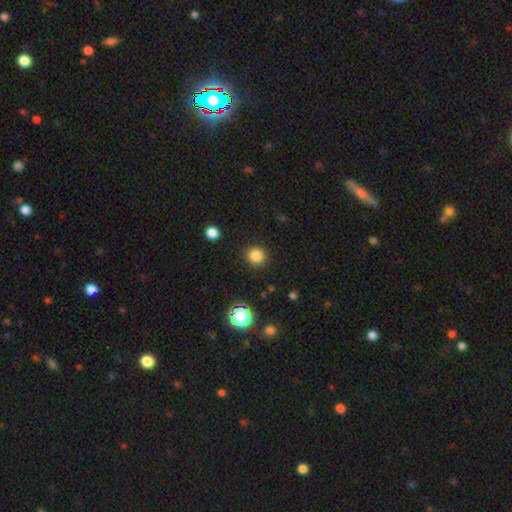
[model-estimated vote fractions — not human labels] A smooth galaxy with no disk features (83%) that is round (90%). Merging: none (90%).